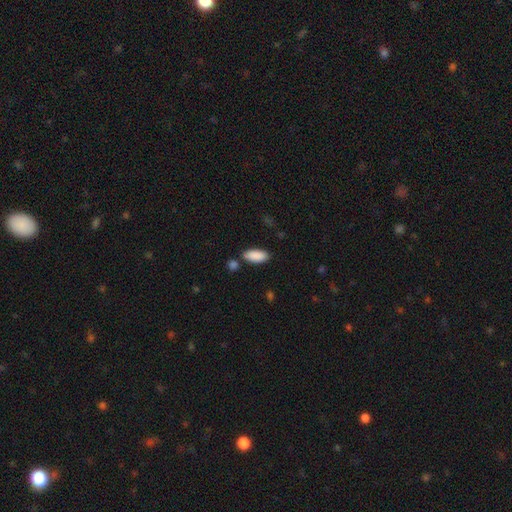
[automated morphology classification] The model was most divided on "merging": none: 77%, minor disturbance: 12%, merger: 8%, major disturbance: 3%. More confident: smooth or featured — smooth (90%); how rounded — in between (87%).